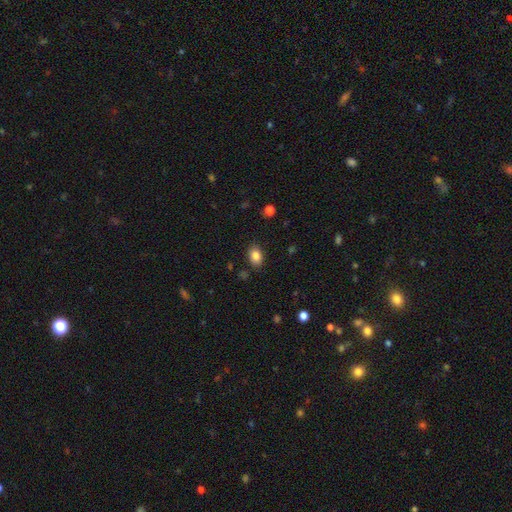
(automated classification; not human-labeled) Smooth or featured? Predicted: smooth (p=0.85). How rounded? Predicted: in between (p=0.80). Merging? Predicted: none (p=0.85).